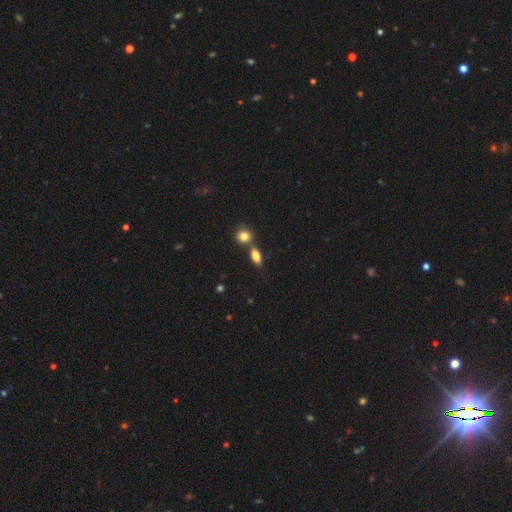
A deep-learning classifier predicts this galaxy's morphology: Overall: smooth (79%). How rounded: in between (78%). Merging: none (59%; merger 27%).